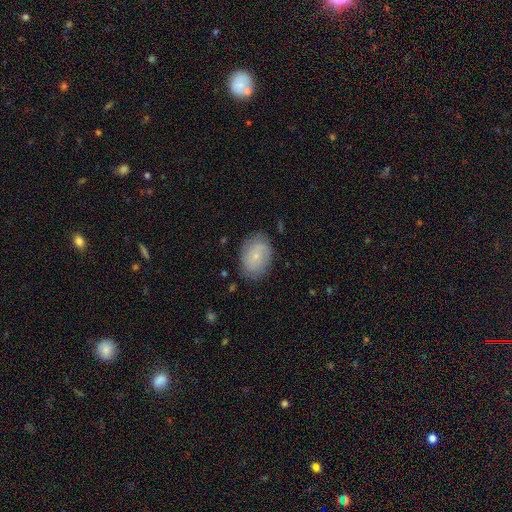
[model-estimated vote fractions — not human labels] Overall: smooth (65%; featured or disk 27%). How rounded: in between (78%). Merging: none (77%).